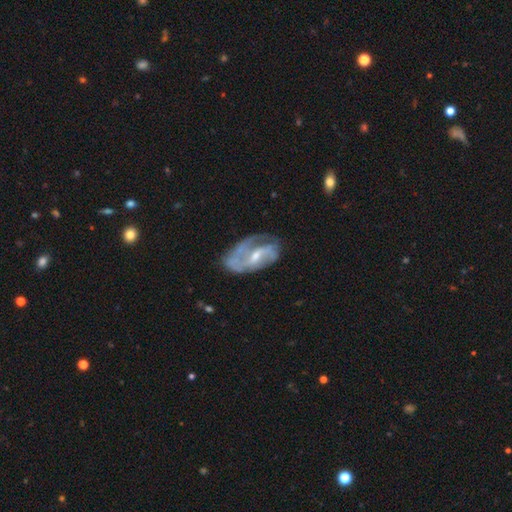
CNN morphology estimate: Q: Smooth or featured?
A: featured or disk (79%); runner-up: smooth (15%)
Q: Edge-on disk?
A: no (94%); runner-up: yes (6%)
Q: Bar?
A: weak (45%); runner-up: no (32%)
Q: Spiral arms?
A: yes (86%); runner-up: no (14%)
Q: Spiral winding?
A: medium (42%); runner-up: tight (31%)
Q: Spiral arm count?
A: 2 (52%); runner-up: can't tell (20%)
Q: Bulge size?
A: small (53%); runner-up: moderate (39%)
Q: Merging?
A: none (52%); runner-up: minor disturbance (25%)